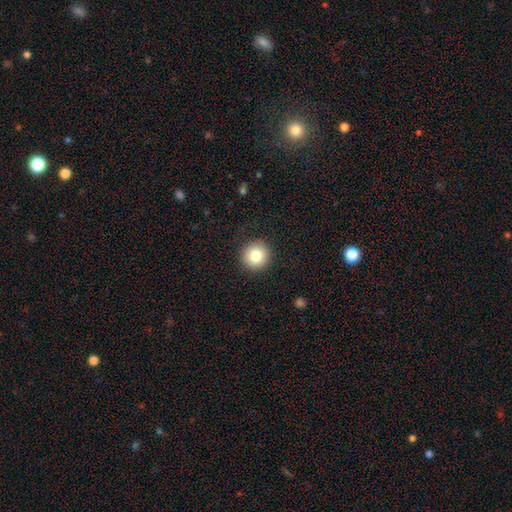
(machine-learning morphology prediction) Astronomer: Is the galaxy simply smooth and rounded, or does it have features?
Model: smooth — 82%.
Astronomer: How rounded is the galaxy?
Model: round — 95%.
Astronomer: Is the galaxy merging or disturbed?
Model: none — 90%.